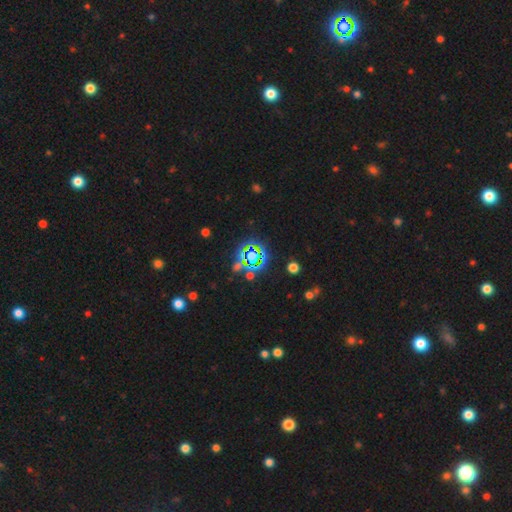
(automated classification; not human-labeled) This appears to be a star or artifact, not a galaxy (65%).